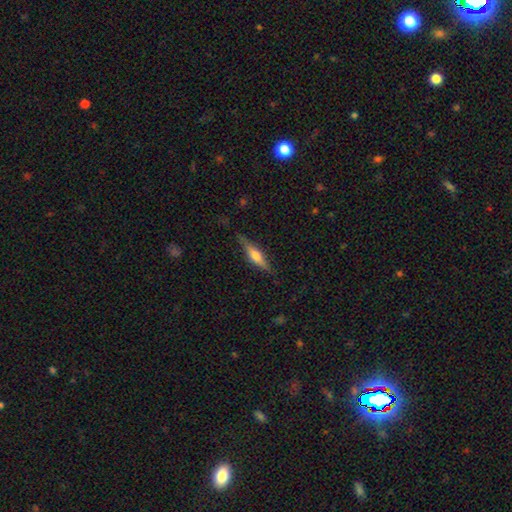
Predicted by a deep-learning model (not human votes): Smooth or featured? featured or disk (57%)
Edge-on disk? yes (95%)
Edge-on bulge? rounded (88%)
Merging? none (79%)